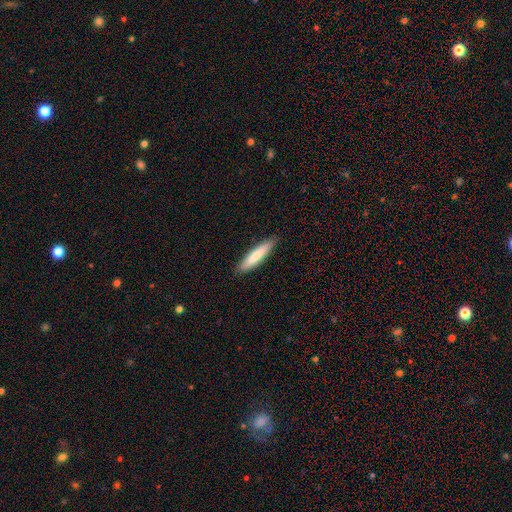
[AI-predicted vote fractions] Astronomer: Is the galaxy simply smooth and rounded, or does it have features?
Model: smooth — 79%.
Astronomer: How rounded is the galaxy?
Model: cigar-shaped — 87%.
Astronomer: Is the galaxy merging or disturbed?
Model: none — 89%.